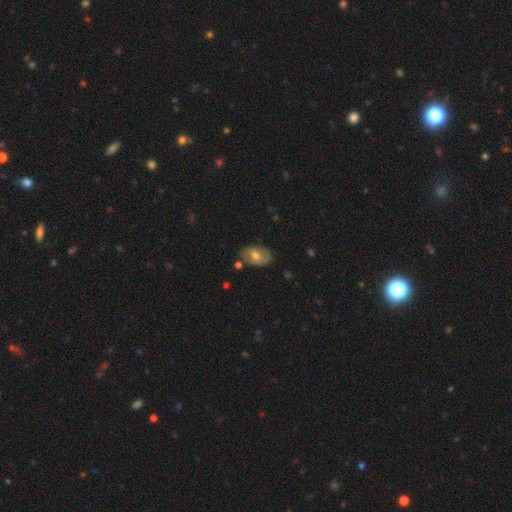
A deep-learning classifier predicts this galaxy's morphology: Smooth or featured? smooth (57%)
How rounded? in between (85%)
Merging? none (76%)